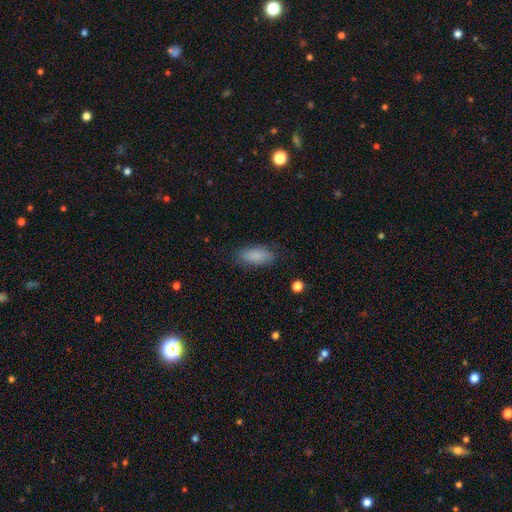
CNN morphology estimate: Smooth or featured? Predicted: smooth (p=0.86). How rounded? Predicted: in between (p=0.84). Merging? Predicted: none (p=0.80).